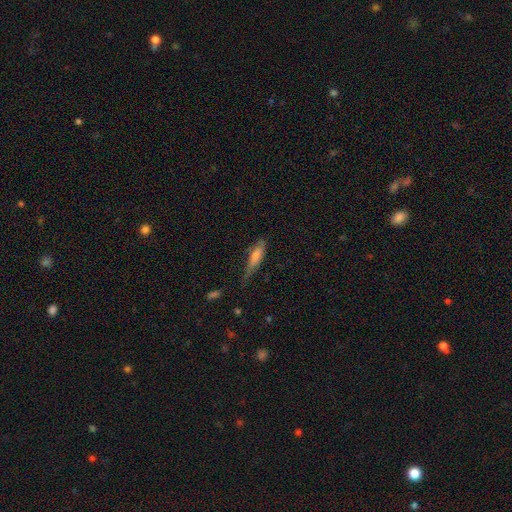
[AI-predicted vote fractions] A smooth galaxy with no disk features (58%) that is cigar-shaped (69%). Merging: none (53%).